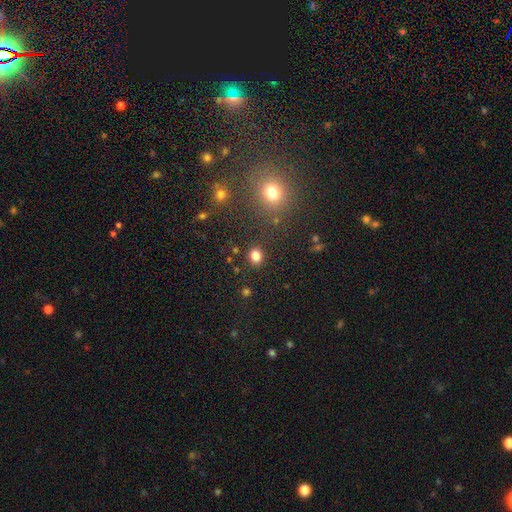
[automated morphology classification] A smooth galaxy with no disk features (82%) that is round (57%).

Vote fractions:
- Smooth or featured? smooth: 82% / star or artifact: 13% / featured or disk: 5%
- How rounded? round: 57% / in between: 42% / cigar-shaped: 1%
- Merging? none: 86% / minor disturbance: 8% / merger: 3% / major disturbance: 3%